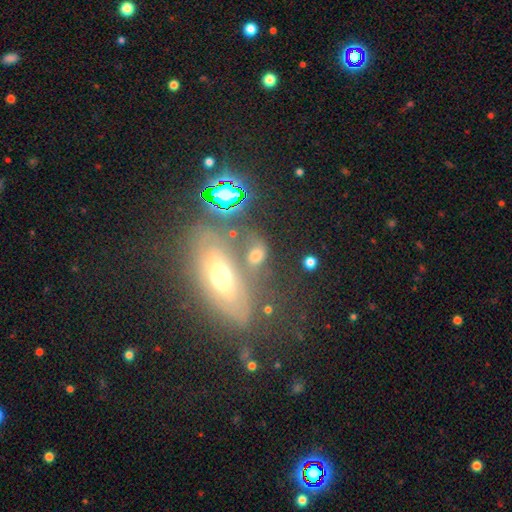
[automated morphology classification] Q: Smooth or featured?
A: smooth (50%); runner-up: featured or disk (31%)
Q: Merging?
A: none (45%); runner-up: merger (28%)